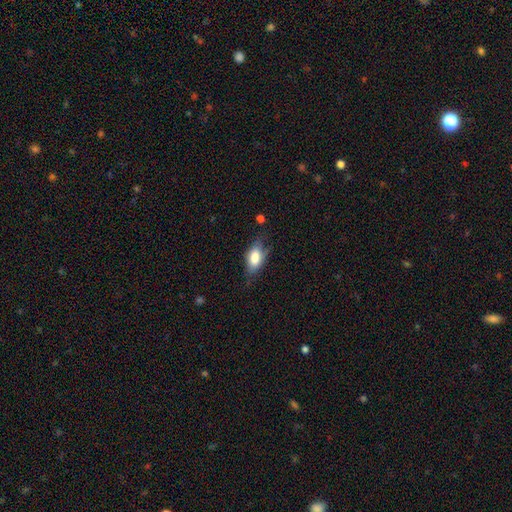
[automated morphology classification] type=smooth (77%); roundness=in between (87%); merging=none (59%).